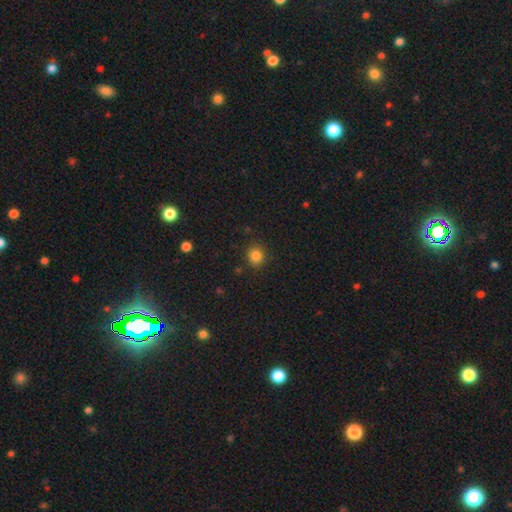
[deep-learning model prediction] Q: Smooth or featured?
A: smooth (83%); runner-up: star or artifact (12%)
Q: How rounded?
A: round (83%); runner-up: in between (16%)
Q: Merging?
A: none (88%); runner-up: minor disturbance (8%)